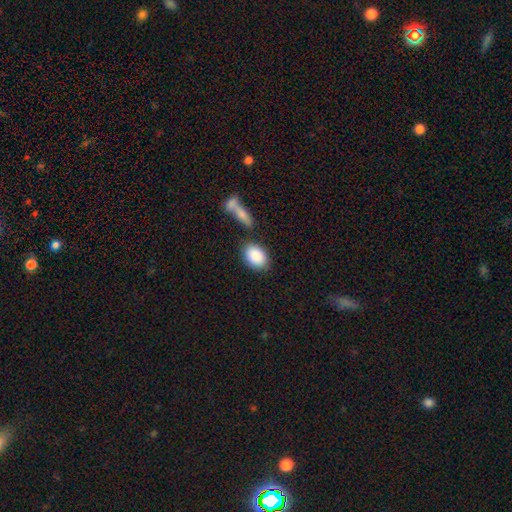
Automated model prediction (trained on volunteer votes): Smooth or featured? smooth (88%)
How rounded? in between (77%)
Merging? none (73%)